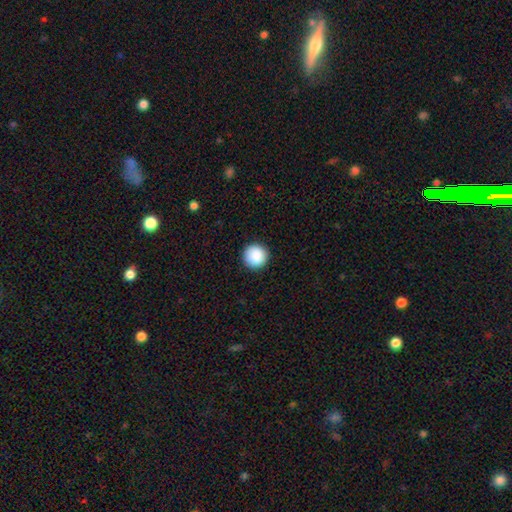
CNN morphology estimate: Overall: smooth (89%). How rounded: round (97%). Merging: none (93%).